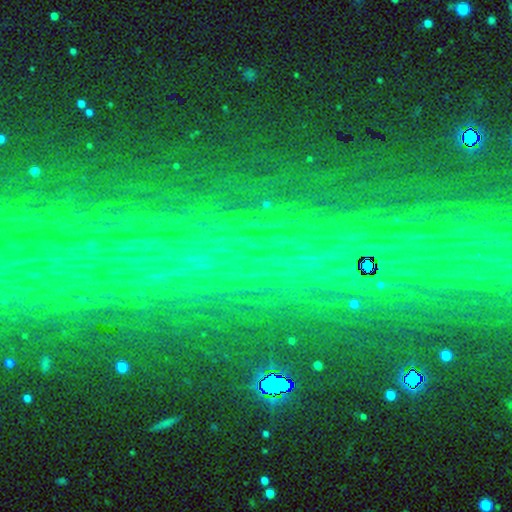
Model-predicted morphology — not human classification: The model was most divided on "smooth or featured": star or artifact: 84%, featured or disk: 8%, smooth: 8%.